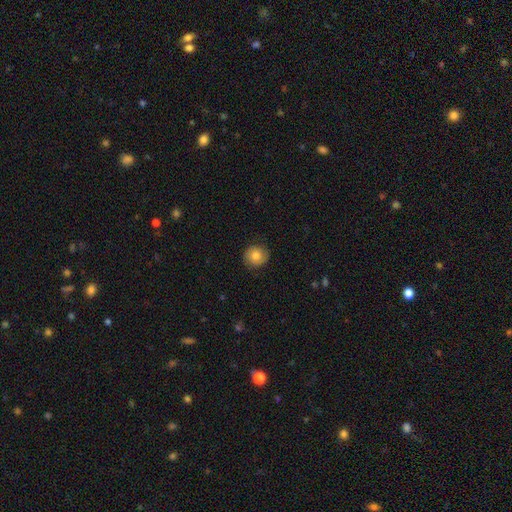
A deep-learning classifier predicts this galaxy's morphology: Smooth or featured: smooth — 75% (featured or disk — 16%)
How rounded: round — 88% (in between — 11%)
Merging: none — 85% (minor disturbance — 11%)